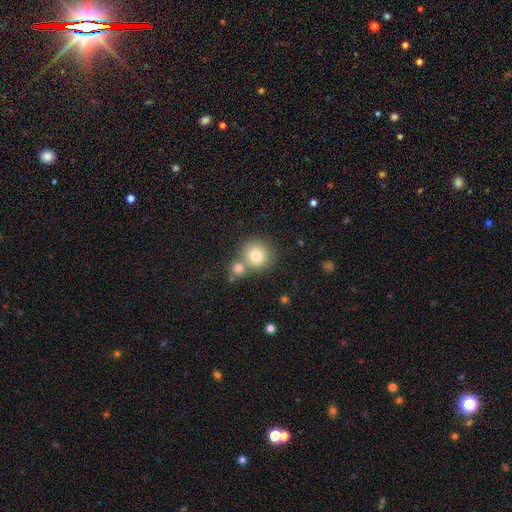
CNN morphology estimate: Smooth or featured? smooth (79%)
How rounded? round (90%)
Merging? none (55%)